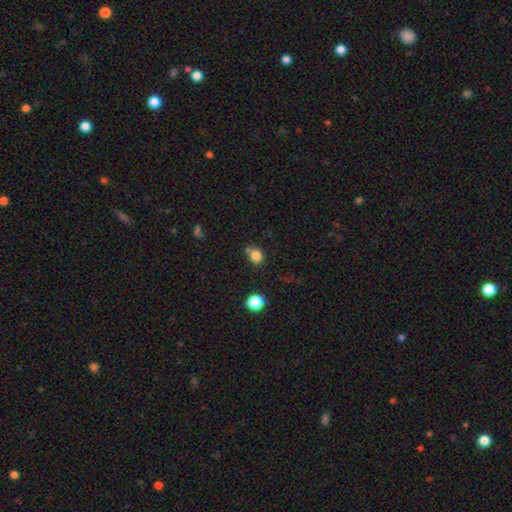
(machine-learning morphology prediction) Smooth or featured? Predicted: smooth (p=0.81). How rounded? Predicted: round (p=0.72). Merging? Predicted: none (p=0.62).